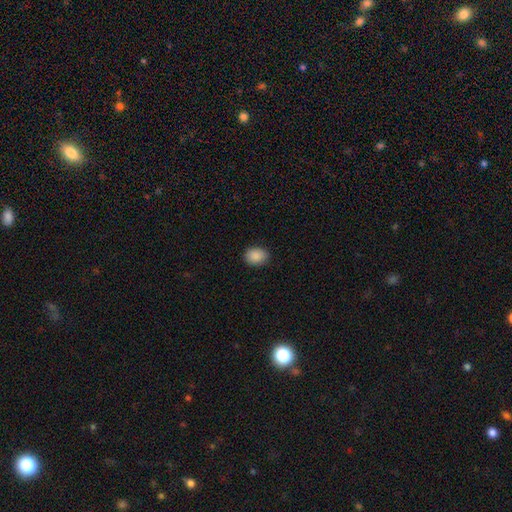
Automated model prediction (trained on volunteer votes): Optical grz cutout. It shows a smooth galaxy with no disk features (89%) that is in between round and cigar-shaped (64%). Merging: none (87%).